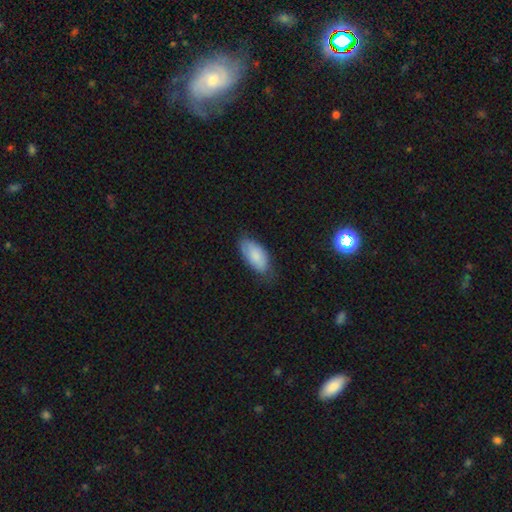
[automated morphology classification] Smooth or featured: smooth — 82% (featured or disk — 11%)
How rounded: in between — 92% (cigar-shaped — 6%)
Merging: none — 64% (minor disturbance — 29%)